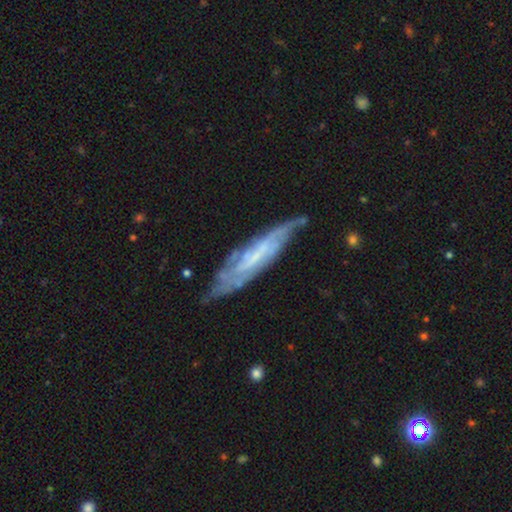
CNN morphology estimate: A featured or disk galaxy (74%). Merging: none (67%).